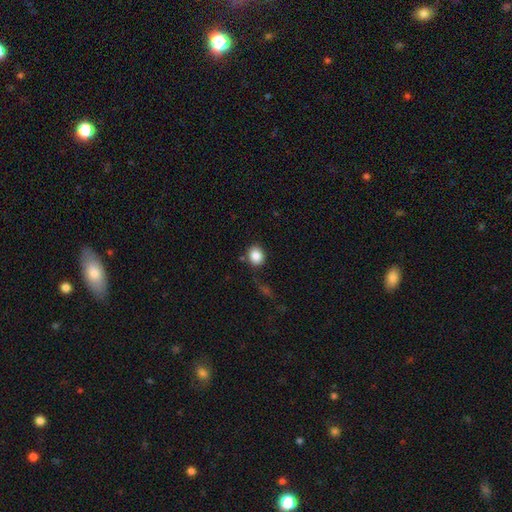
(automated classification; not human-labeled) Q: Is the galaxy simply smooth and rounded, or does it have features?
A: smooth — 86%.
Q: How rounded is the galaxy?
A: round — 67%.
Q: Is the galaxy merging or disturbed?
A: none — 78%.